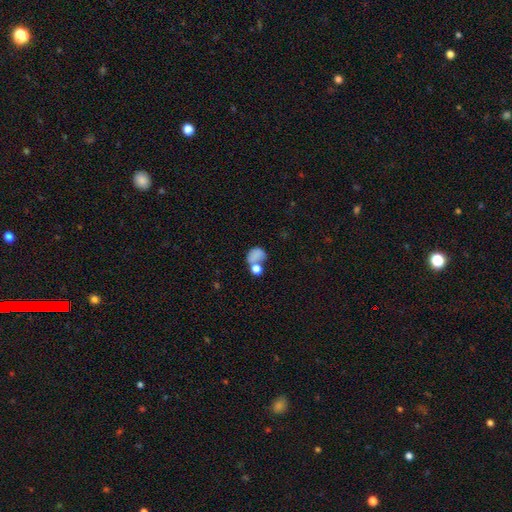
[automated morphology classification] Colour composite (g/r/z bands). It shows a smooth galaxy with no disk features (77%) that is round (51%). Merging: none (37%).